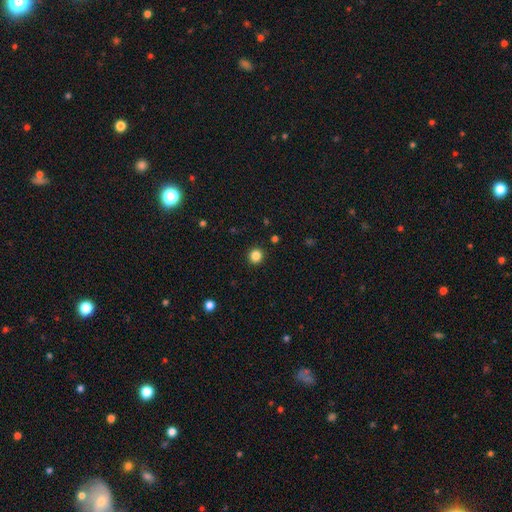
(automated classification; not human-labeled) A smooth galaxy with no disk features (85%) that is round (93%). Merging: none (92%).